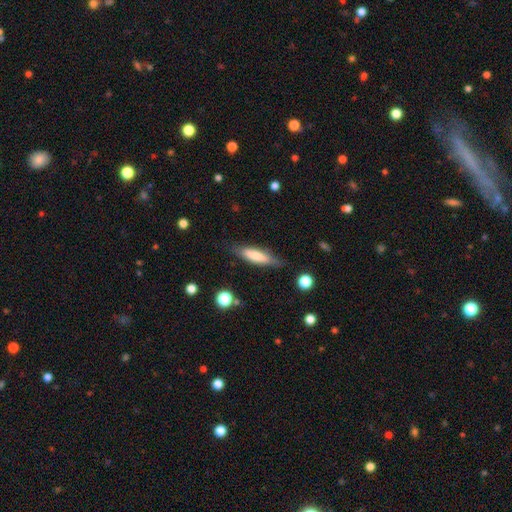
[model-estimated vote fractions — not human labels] A smooth galaxy with no disk features (68%) that is cigar-shaped (69%). Merging: none (78%).